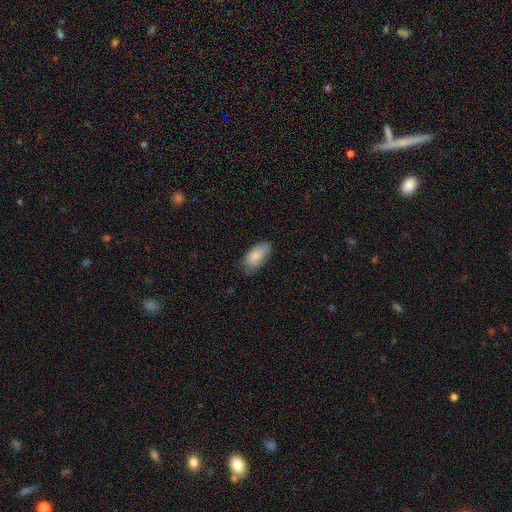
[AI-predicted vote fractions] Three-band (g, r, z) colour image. It shows a smooth galaxy with no disk features (84%) that is in between round and cigar-shaped (92%). Merging: none (67%).